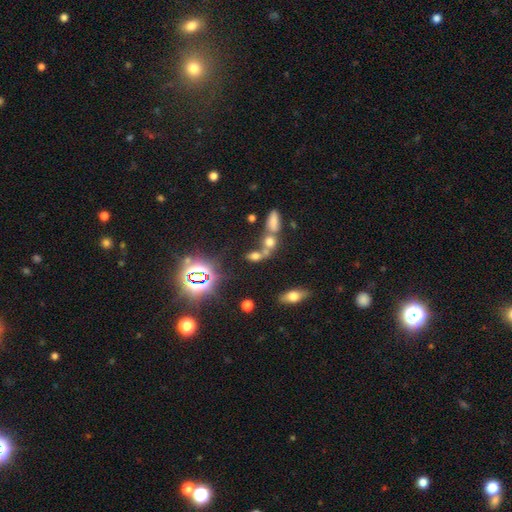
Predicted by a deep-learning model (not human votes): This appears to be a smooth galaxy with no disk features (53%) that is in between round and cigar-shaped (64%). Merging: merger (50%).